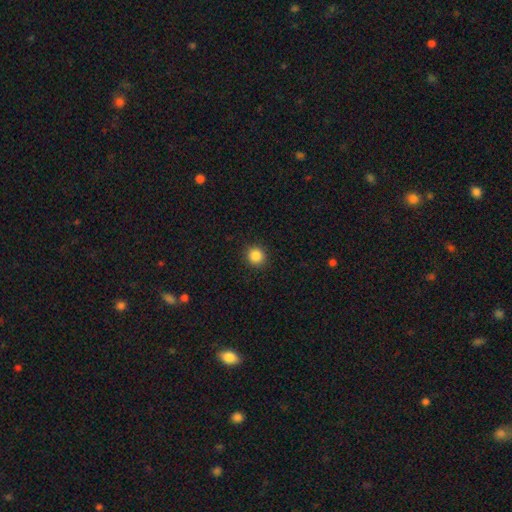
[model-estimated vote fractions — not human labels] Q: Smooth or featured?
A: smooth (86%); runner-up: star or artifact (11%)
Q: How rounded?
A: round (92%); runner-up: in between (7%)
Q: Merging?
A: none (92%); runner-up: minor disturbance (5%)